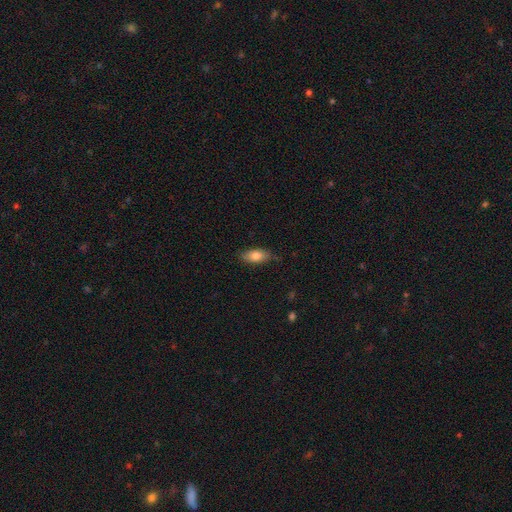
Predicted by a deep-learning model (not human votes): This appears to be a smooth galaxy with no disk features (79%) that is in between round and cigar-shaped (84%). Merging: none (82%).